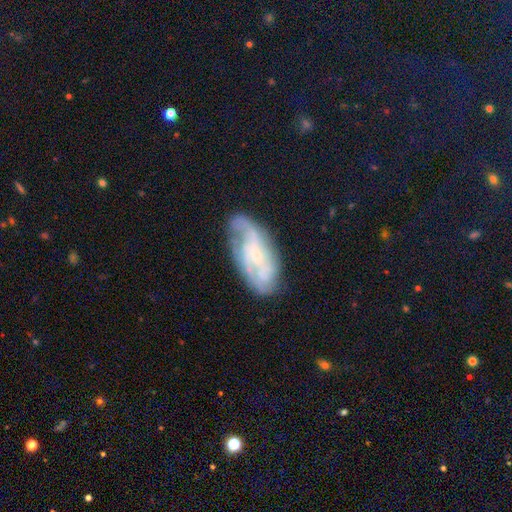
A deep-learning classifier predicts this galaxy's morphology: The model was most divided on "spiral winding": tight: 43%, medium: 39%, loose: 18%. Remaining: edge-on disk — no (93%); spiral arms — yes (89%); smooth or featured — featured or disk (76%); bulge size — small (72%); merging — none (67%); bar — no (59%); spiral arm count — can't tell (36%).